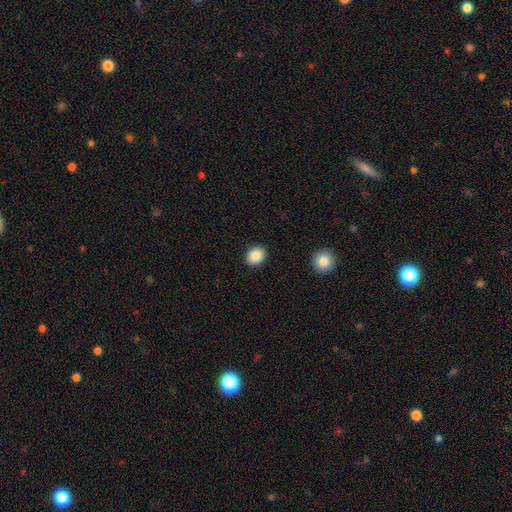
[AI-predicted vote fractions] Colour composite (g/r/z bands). It shows a smooth galaxy with no disk features (88%) that is round (52%). Merging: none (91%).